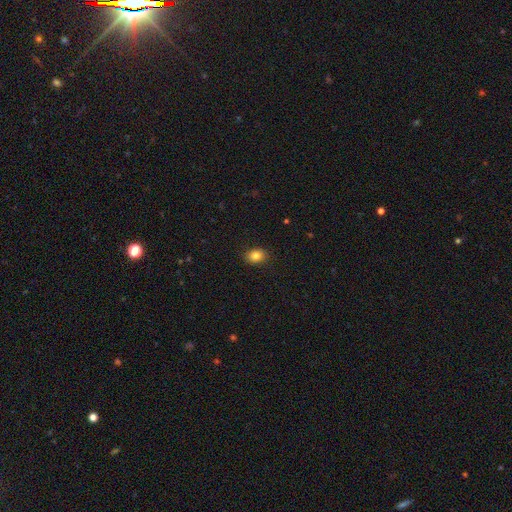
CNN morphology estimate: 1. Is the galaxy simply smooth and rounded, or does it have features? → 84% smooth, 10% star or artifact, 6% featured or disk.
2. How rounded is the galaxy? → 64% in between, 35% round, 1% cigar-shaped.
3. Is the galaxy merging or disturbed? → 89% none, 8% minor disturbance, 2% major disturbance, 1% merger.